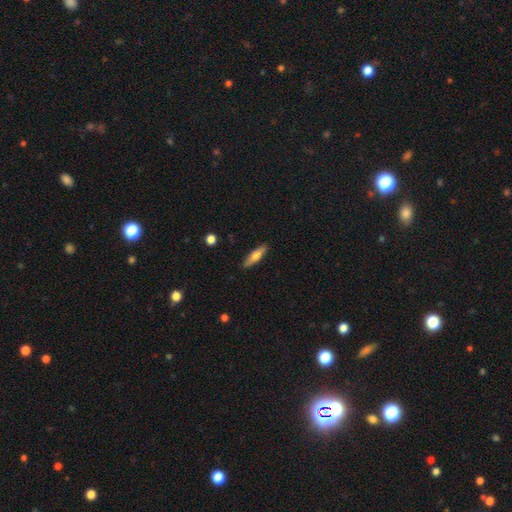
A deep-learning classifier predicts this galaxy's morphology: type=smooth (63%); roundness=cigar-shaped (67%); merging=none (89%).